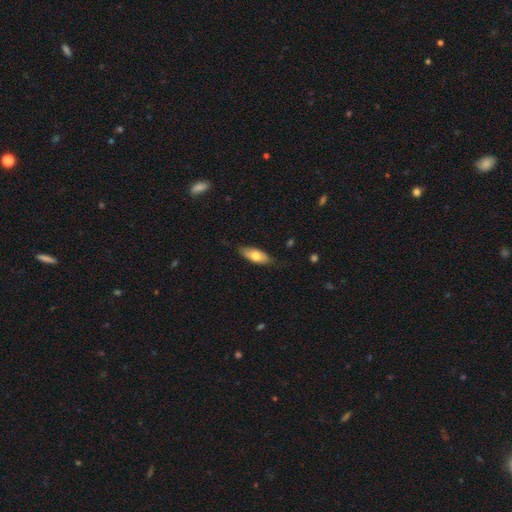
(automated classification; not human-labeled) This appears to be a smooth galaxy with no disk features (70%) that is in between round and cigar-shaped (79%). Merging: none (81%).